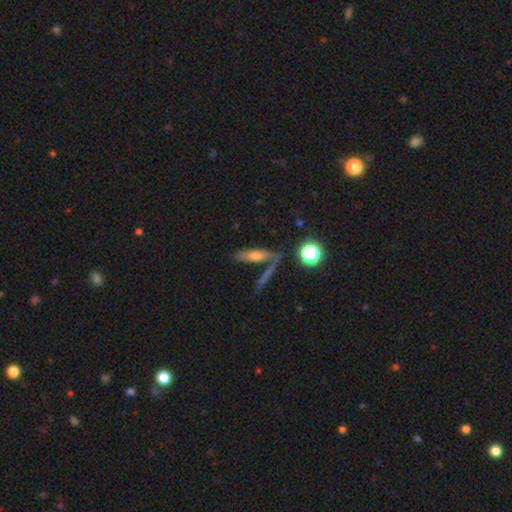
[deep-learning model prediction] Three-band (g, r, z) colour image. It shows a smooth galaxy with no disk features (51%) that is cigar-shaped (59%). Merging: none (56%).